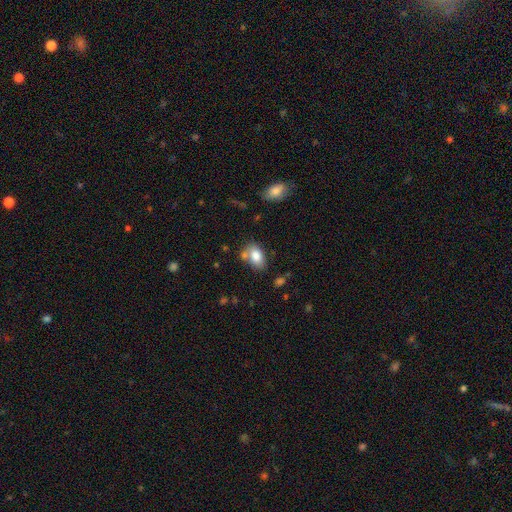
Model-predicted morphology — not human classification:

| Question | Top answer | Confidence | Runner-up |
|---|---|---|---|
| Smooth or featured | smooth | 82% | featured or disk (10%) |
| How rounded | in between | 88% | round (10%) |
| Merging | none | 60% | minor disturbance (18%) |